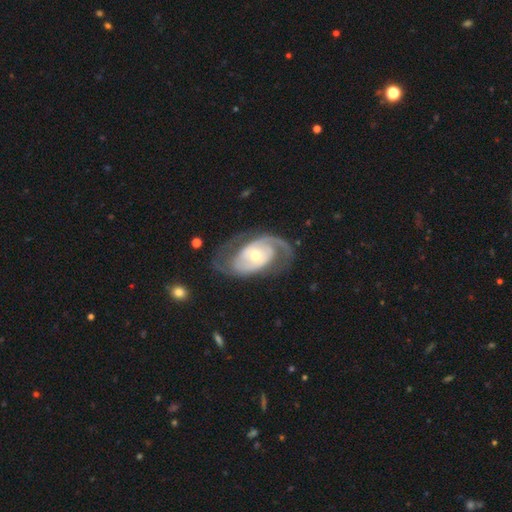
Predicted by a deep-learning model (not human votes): This is clearly a featured or disk galaxy (88%). It is clearly not viewed edge-on (96%). Bar: likely no (61%). Spiral arm pattern: clearly yes (95%). Spiral arm count: clearly 2 (83%). Spiral winding: possibly medium (46%). Central bulge: possibly moderate (59%). Merging: likely none (68%).